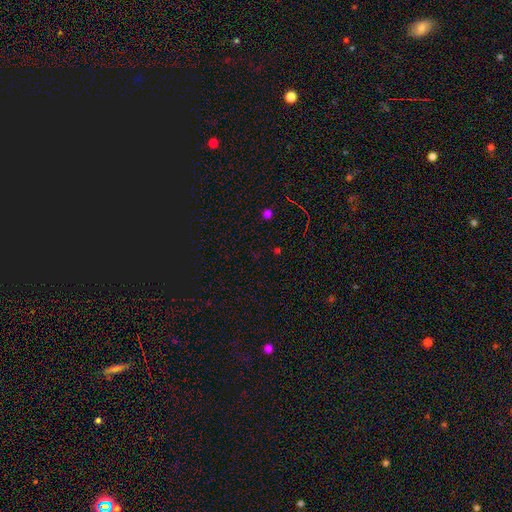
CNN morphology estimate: Smooth or featured? star or artifact (66%)